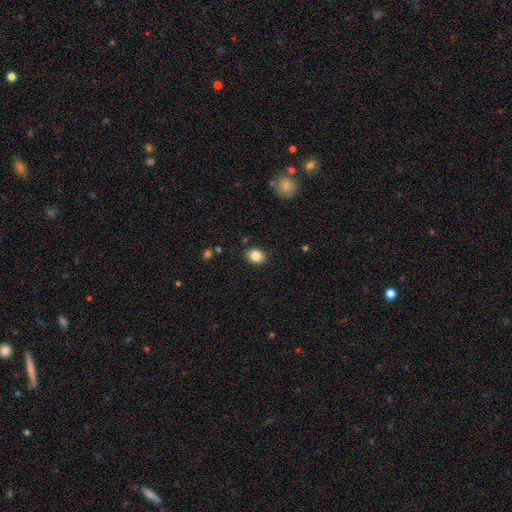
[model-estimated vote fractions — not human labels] smooth-or-featured: smooth: 84% | star or artifact: 9% | featured or disk: 6%
  how-rounded: in between: 52% | round: 47% | cigar-shaped: 1%
  merging: none: 88% | minor disturbance: 9% | major disturbance: 2% | merger: 1%